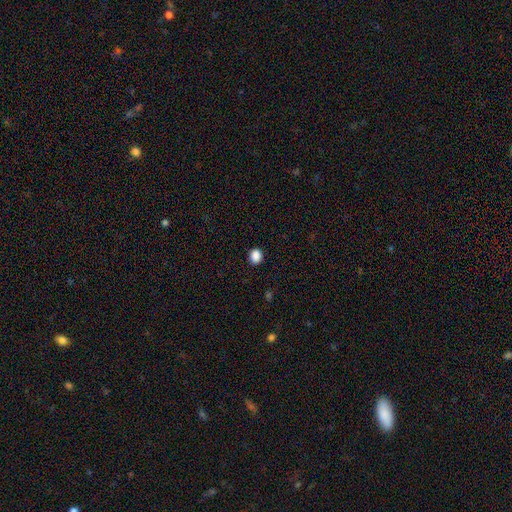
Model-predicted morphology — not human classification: The model was most divided on "how rounded": round: 65%, in between: 34%, cigar-shaped: 1%. More confident: merging — none (90%); smooth or featured — smooth (88%).